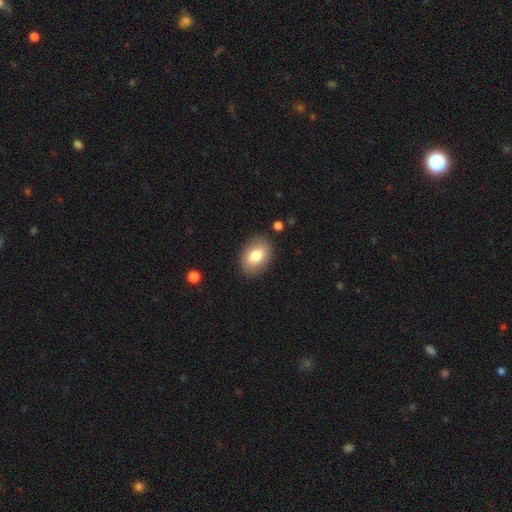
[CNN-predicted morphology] Smooth or featured: smooth — 79% (featured or disk — 13%)
How rounded: in between — 80% (round — 19%)
Merging: none — 87% (minor disturbance — 9%)